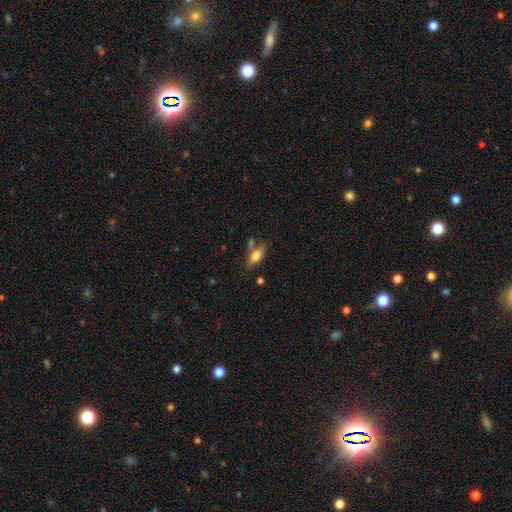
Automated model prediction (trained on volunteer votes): smooth 71%, featured or disk 22%, star or artifact 7%. Down the decision tree: how rounded — in between (76%); merging — none (64%).